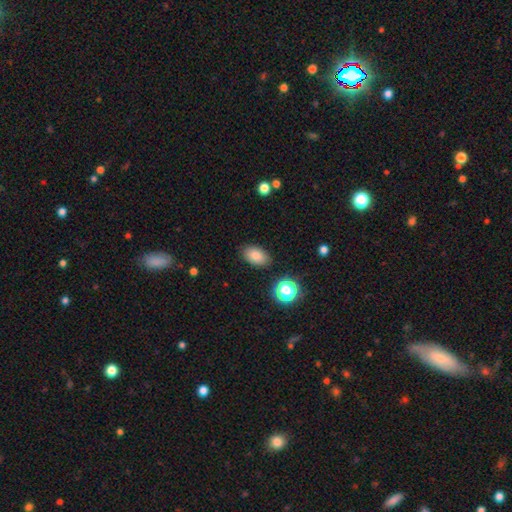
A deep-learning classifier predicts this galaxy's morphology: A smooth galaxy with no disk features (84%) that is in between round and cigar-shaped (90%).

Vote fractions:
- Smooth or featured? smooth: 84% / star or artifact: 10% / featured or disk: 6%
- How rounded? in between: 90% / round: 8% / cigar-shaped: 2%
- Merging? none: 85% / minor disturbance: 10% / major disturbance: 3% / merger: 2%